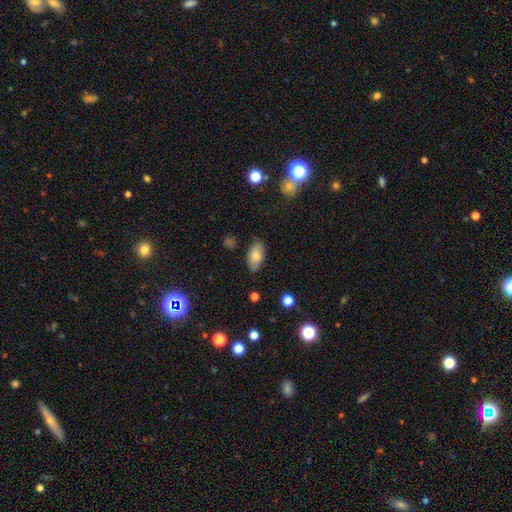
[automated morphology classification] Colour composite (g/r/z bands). It shows a smooth galaxy with no disk features (76%) that is in between round and cigar-shaped (93%). Merging: none (77%).